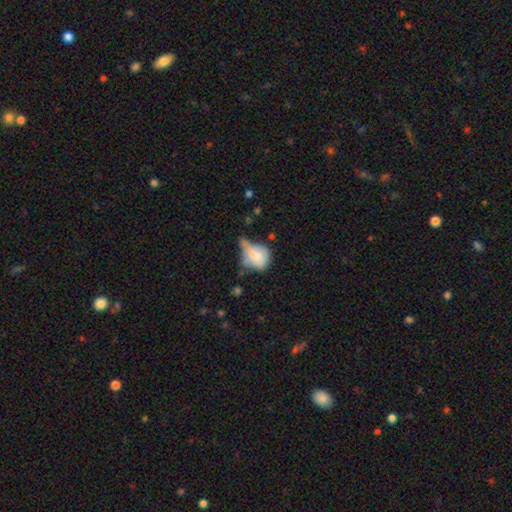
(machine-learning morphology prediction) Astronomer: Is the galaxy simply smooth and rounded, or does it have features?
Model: smooth — 71%.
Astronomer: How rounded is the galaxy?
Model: round — 61% (runner-up: in between, 37%).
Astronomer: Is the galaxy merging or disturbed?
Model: minor disturbance — 31% (runner-up: major disturbance, 24%).